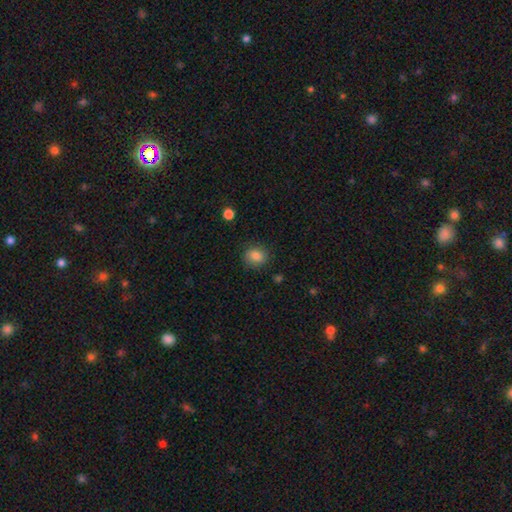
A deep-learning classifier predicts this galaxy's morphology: Q: Smooth or featured?
A: smooth (84%); runner-up: star or artifact (9%)
Q: How rounded?
A: round (66%); runner-up: in between (33%)
Q: Merging?
A: none (80%); runner-up: minor disturbance (15%)